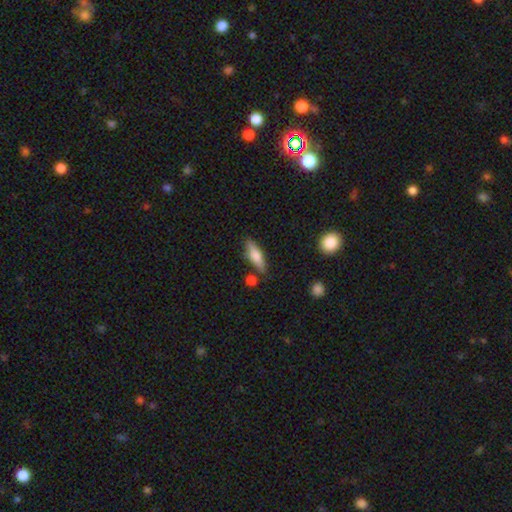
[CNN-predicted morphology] Smooth or featured: smooth — 70% (featured or disk — 24%)
How rounded: cigar-shaped — 55% (in between — 43%)
Merging: none — 75% (minor disturbance — 15%)